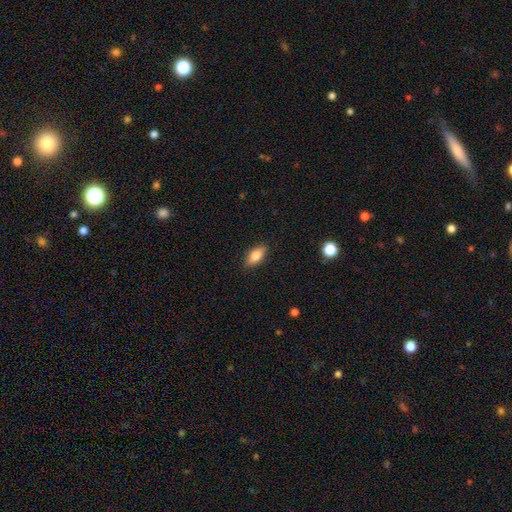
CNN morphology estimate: Smooth or featured: smooth — 73% (featured or disk — 20%)
How rounded: in between — 79% (cigar-shaped — 18%)
Merging: none — 86% (minor disturbance — 10%)